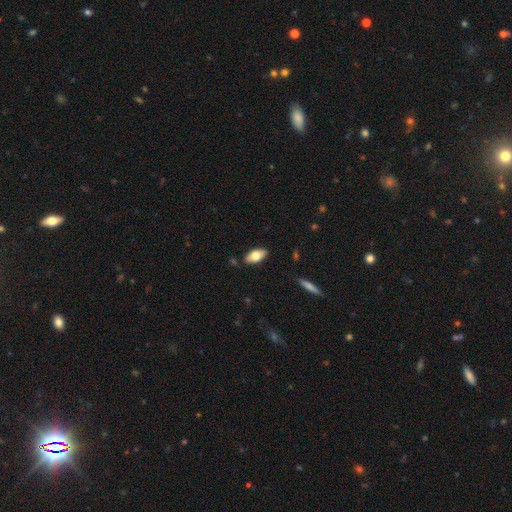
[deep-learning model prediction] A smooth galaxy with no disk features (73%) that is in between round and cigar-shaped (91%). Merging: none (85%).